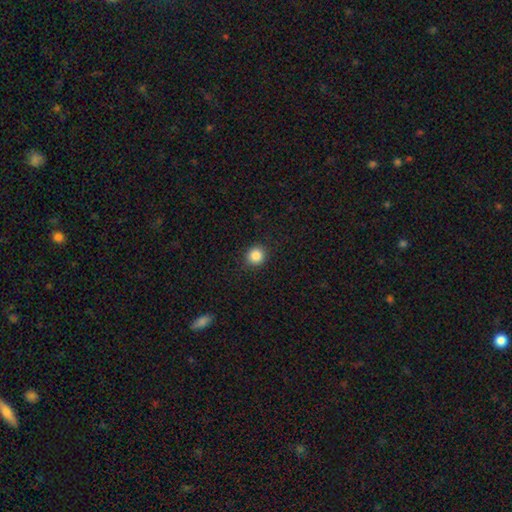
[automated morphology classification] smooth 86%, star or artifact 10%, featured or disk 4%. Down the decision tree: how rounded — round (90%); merging — none (90%).